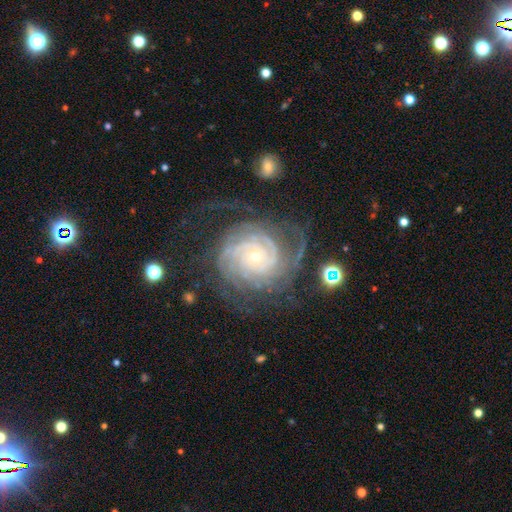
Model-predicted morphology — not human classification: A featured or disk galaxy (90%) with no bar (76%), 4 (22%) tight (79%) spiral arms (98%) and a small central bulge (79%). Merging: none (64%).